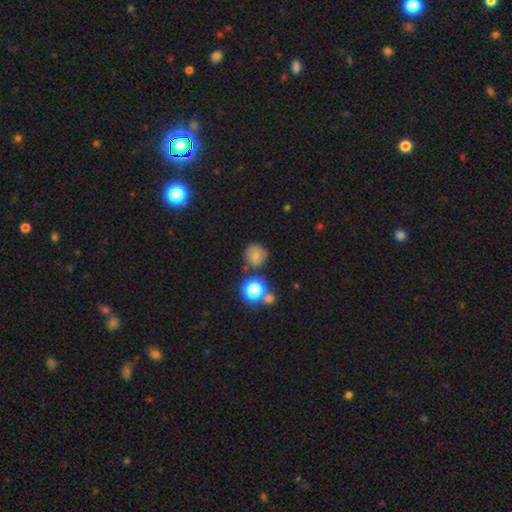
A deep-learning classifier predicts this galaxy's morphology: type=smooth (67%); roundness=round (90%); merging=none (71%).